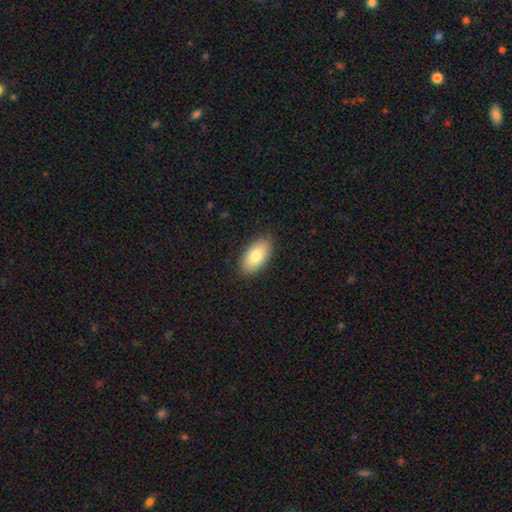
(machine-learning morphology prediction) Smooth or featured: smooth — 80% (featured or disk — 13%)
How rounded: in between — 94% (round — 4%)
Merging: none — 86% (minor disturbance — 11%)